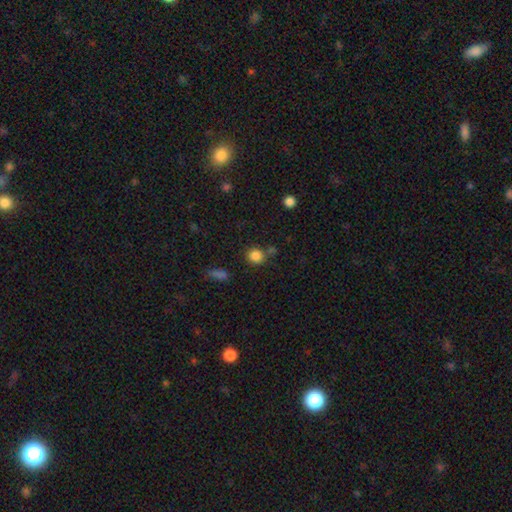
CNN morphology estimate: Smooth or featured? Predicted: smooth (p=0.84). How rounded? Predicted: round (p=0.86). Merging? Predicted: none (p=0.72).